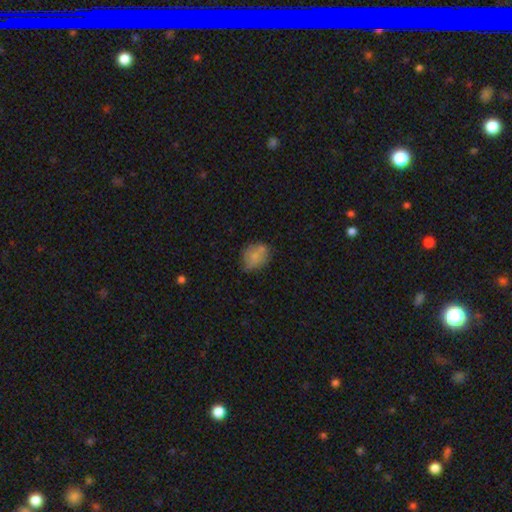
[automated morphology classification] Q: Smooth or featured?
A: smooth (73%); runner-up: featured or disk (17%)
Q: How rounded?
A: round (55%); runner-up: in between (43%)
Q: Merging?
A: none (52%); runner-up: minor disturbance (27%)